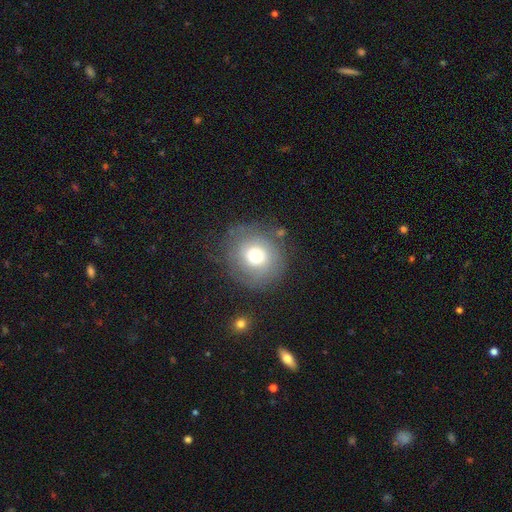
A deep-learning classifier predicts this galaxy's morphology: Smooth or featured? Predicted: smooth (p=0.56). How rounded? Predicted: round (p=0.88). Merging? Predicted: none (p=0.73).